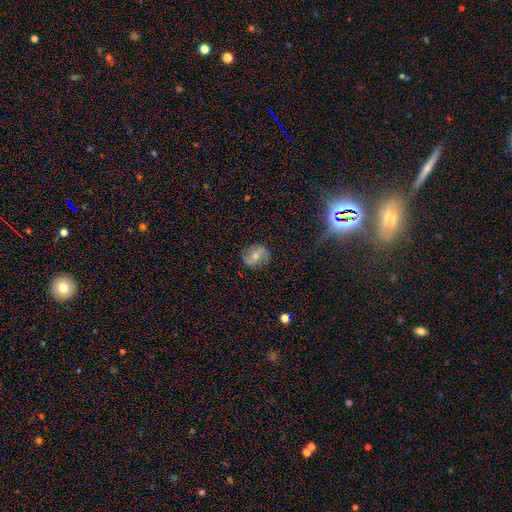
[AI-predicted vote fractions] Smooth or featured? featured or disk (50%)
Merging? none (80%)